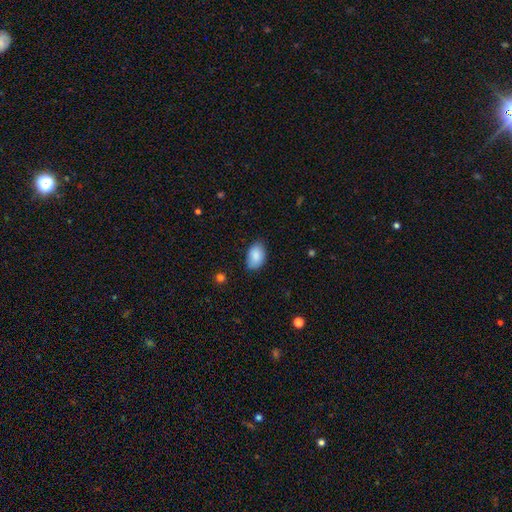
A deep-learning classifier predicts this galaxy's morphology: smooth_or_featured: smooth (p=0.88) [alt: star or artifact p=0.07]
how_rounded: in between (p=0.89) [alt: round p=0.09]
merging: none (p=0.78) [alt: minor disturbance p=0.18]